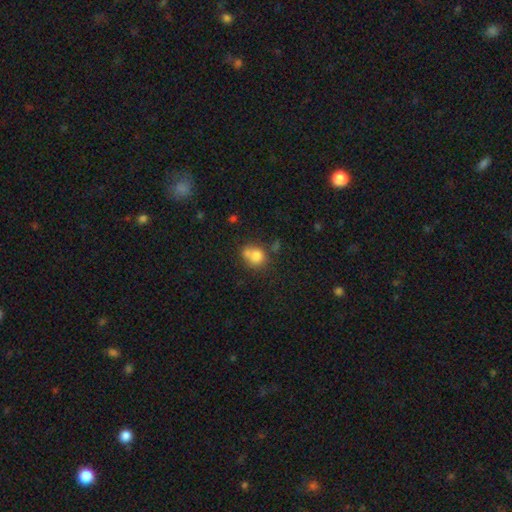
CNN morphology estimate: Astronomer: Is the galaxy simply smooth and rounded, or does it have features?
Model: smooth — 76%.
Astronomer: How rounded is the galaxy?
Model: round — 69%.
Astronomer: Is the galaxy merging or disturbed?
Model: none — 41% (runner-up: merger, 37%).